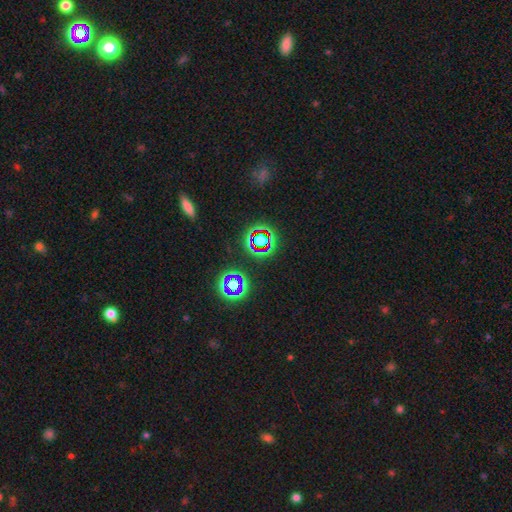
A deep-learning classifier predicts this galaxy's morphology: This is likely a star or artifact rather than a galaxy (61%).